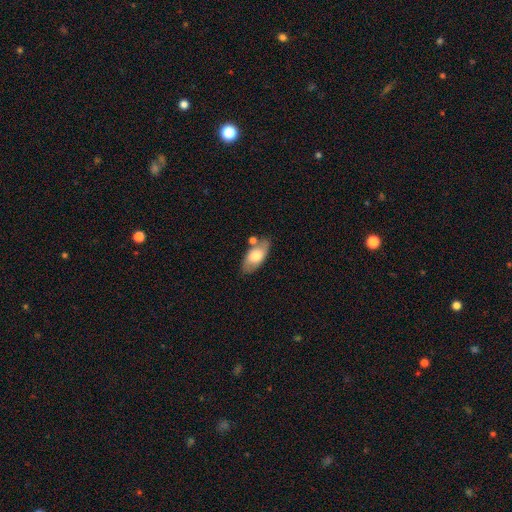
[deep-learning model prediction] smooth 69%, featured or disk 25%, star or artifact 6%. Down the decision tree: how rounded — in between (92%); merging — none (66%).